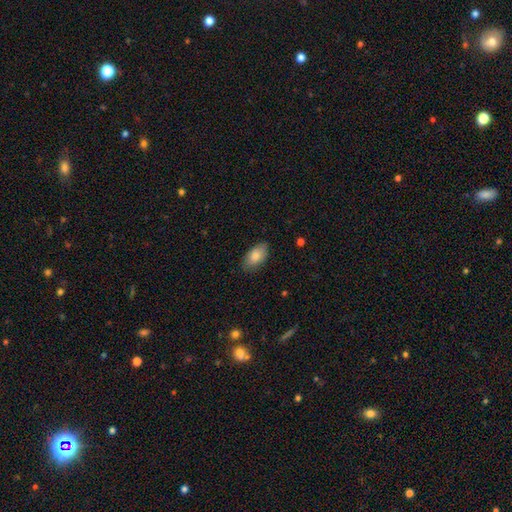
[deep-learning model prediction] Overall: smooth (85%). How rounded: in between (93%). Merging: none (84%).